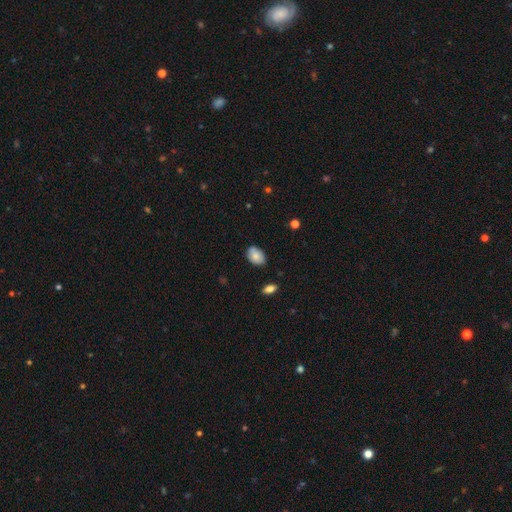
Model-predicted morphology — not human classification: Smooth or featured: smooth — 79% (featured or disk — 14%)
How rounded: in between — 85% (round — 14%)
Merging: none — 76% (minor disturbance — 19%)